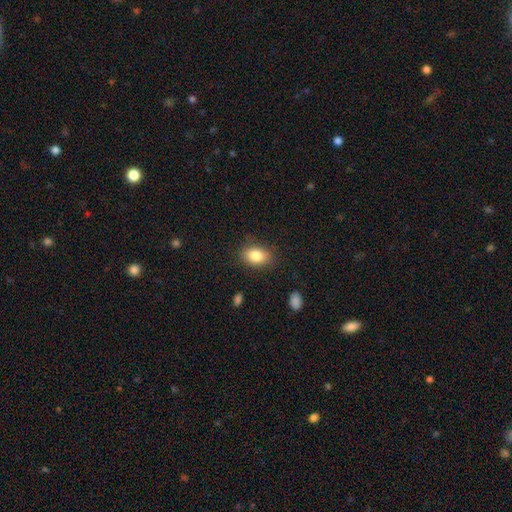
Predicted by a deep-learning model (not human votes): Smooth or featured: smooth — 84% (star or artifact — 8%)
How rounded: in between — 80% (round — 19%)
Merging: none — 83% (minor disturbance — 12%)